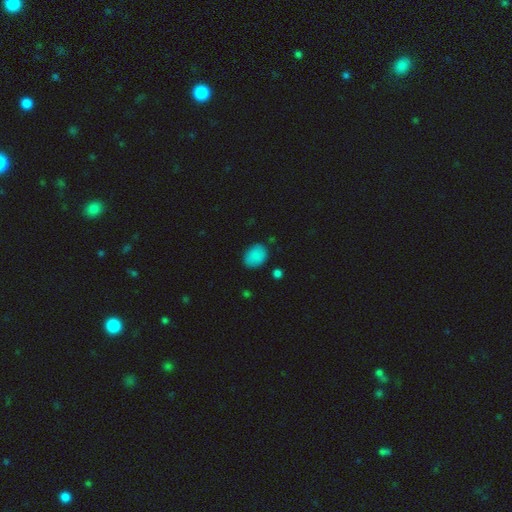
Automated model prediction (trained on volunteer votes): This is clearly a smooth galaxy (87%). How rounded: likely in between (67%). Merging: clearly none (81%).